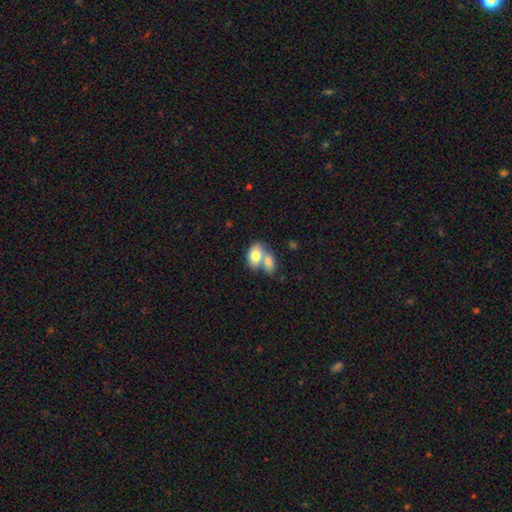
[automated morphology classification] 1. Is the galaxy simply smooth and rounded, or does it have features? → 77% smooth, 16% featured or disk, 6% star or artifact.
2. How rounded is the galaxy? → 87% in between, 11% round, 2% cigar-shaped.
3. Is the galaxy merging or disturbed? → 65% merger, 24% none, 8% minor disturbance, 3% major disturbance.